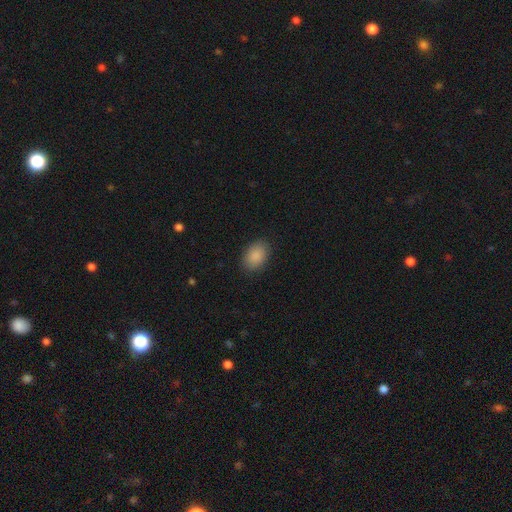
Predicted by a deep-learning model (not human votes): smooth-or-featured: smooth: 89% | star or artifact: 7% | featured or disk: 4%
  how-rounded: in between: 81% | round: 18% | cigar-shaped: 1%
  merging: none: 87% | minor disturbance: 9% | major disturbance: 2% | merger: 1%